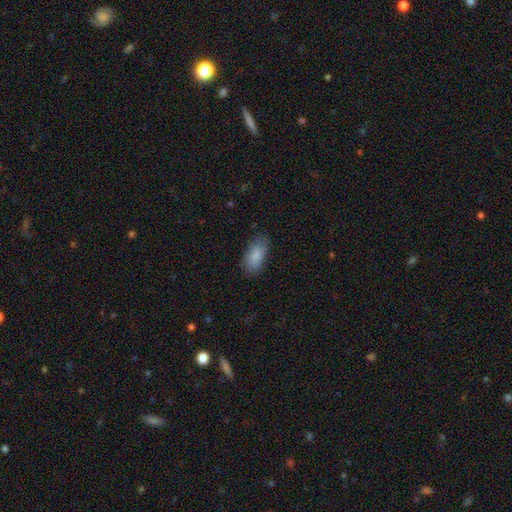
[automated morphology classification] Smooth or featured? Predicted: smooth (p=0.86). How rounded? Predicted: in between (p=0.91). Merging? Predicted: none (p=0.77).